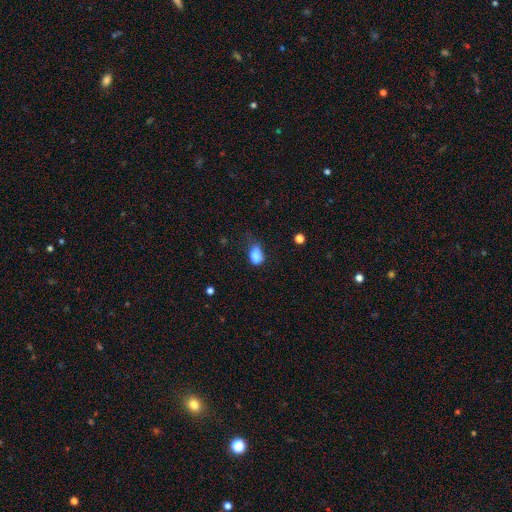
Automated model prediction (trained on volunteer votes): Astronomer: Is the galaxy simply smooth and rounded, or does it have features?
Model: smooth — 82%.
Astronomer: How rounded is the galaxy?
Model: in between — 83%.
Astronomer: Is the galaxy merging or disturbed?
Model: minor disturbance — 38% (runner-up: none, 35%).